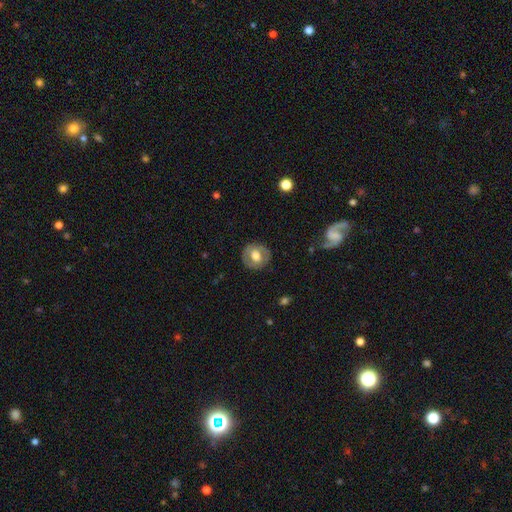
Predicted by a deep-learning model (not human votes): Overall: smooth (53%; featured or disk 40%). How rounded: round (79%). Merging: none (83%).